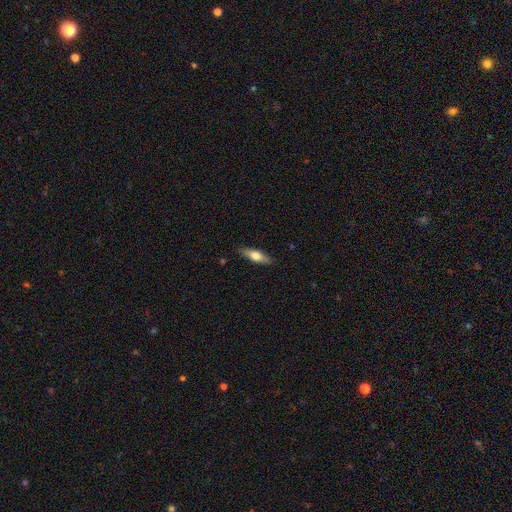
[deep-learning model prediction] Smooth or featured: smooth — 61% (featured or disk — 33%)
How rounded: in between — 49% (tied with cigar-shaped — 49%)
Merging: none — 86% (minor disturbance — 11%)